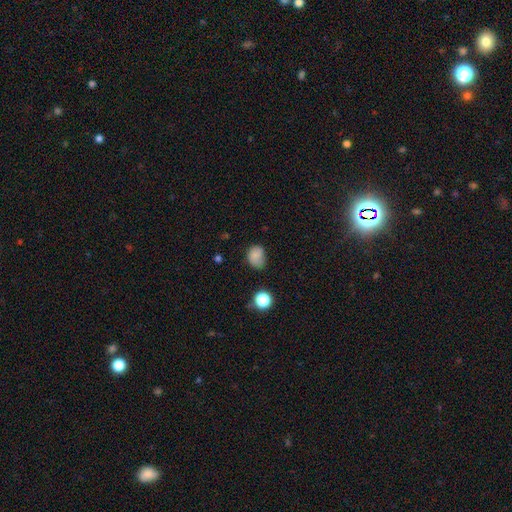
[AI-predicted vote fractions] This is likely a smooth galaxy (76%). How rounded: possibly round (51%). Merging: possibly none (54%).